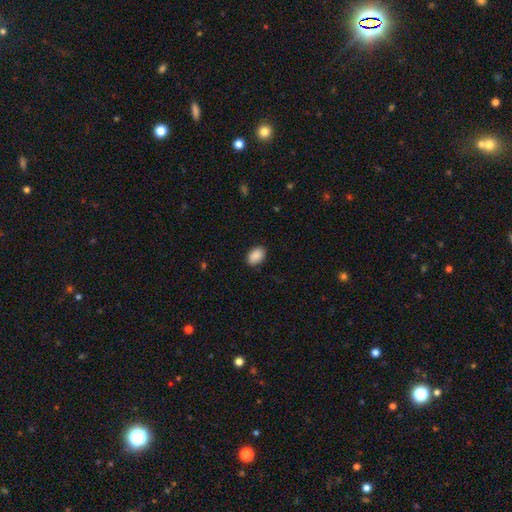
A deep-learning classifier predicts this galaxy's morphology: Smooth or featured? smooth (90%)
How rounded? in between (87%)
Merging? none (87%)